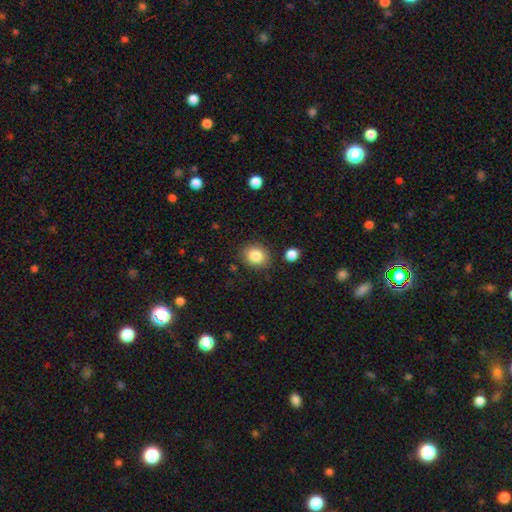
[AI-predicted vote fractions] smooth-or-featured: smooth: 84% | star or artifact: 10% | featured or disk: 6%
  how-rounded: round: 74% | in between: 25% | cigar-shaped: 1%
  merging: none: 85% | minor disturbance: 9% | merger: 3% | major disturbance: 3%